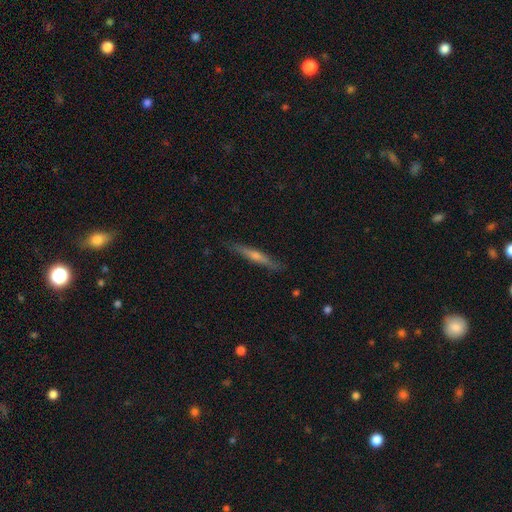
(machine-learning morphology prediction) Smooth or featured? featured or disk (62%)
Edge-on disk? yes (96%)
Edge-on bulge? rounded (68%)
Merging? none (88%)